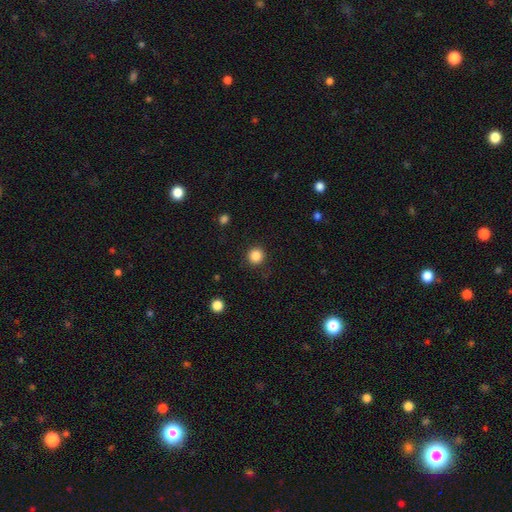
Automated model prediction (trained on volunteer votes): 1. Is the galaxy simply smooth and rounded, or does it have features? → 86% smooth, 11% star or artifact, 3% featured or disk.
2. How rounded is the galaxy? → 94% round, 5% in between, 1% cigar-shaped.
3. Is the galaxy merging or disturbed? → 90% none, 7% minor disturbance, 3% major disturbance, 1% merger.